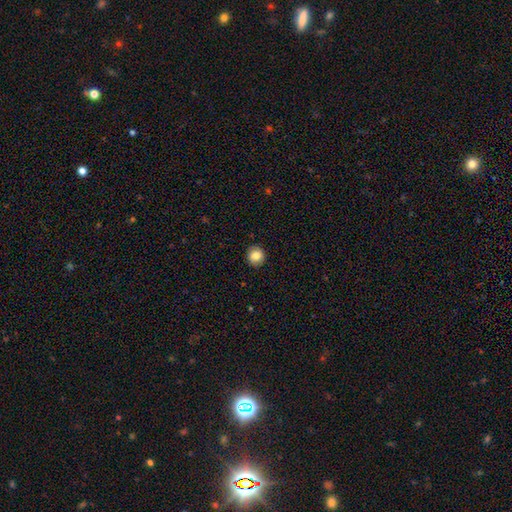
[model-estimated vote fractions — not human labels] Smooth or featured?
  - smooth: 85% *
  - star or artifact: 9%
  - featured or disk: 6%
How rounded?
  - round: 89% *
  - in between: 10%
  - cigar-shaped: 1%
Merging?
  - none: 91% *
  - minor disturbance: 6%
  - major disturbance: 2%
  - merger: 1%